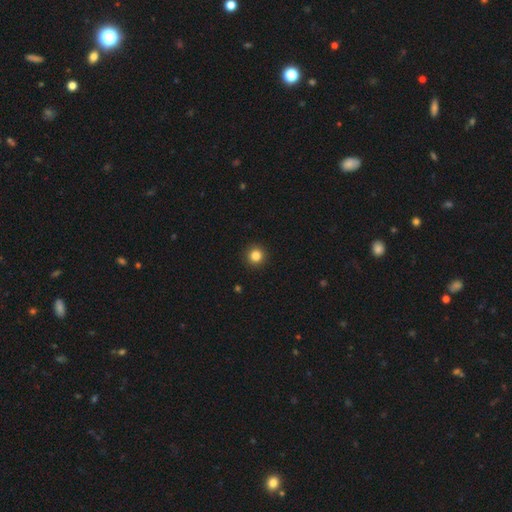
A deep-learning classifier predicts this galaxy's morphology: A smooth galaxy with no disk features (84%) that is round (95%). Merging: none (93%).